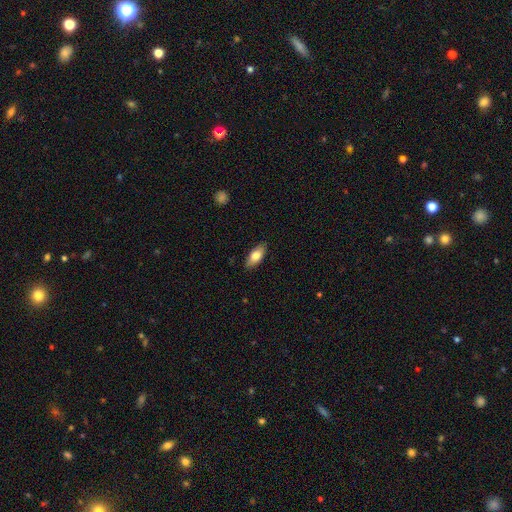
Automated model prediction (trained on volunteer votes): Smooth or featured? smooth (78%)
How rounded? in between (85%)
Merging? none (87%)